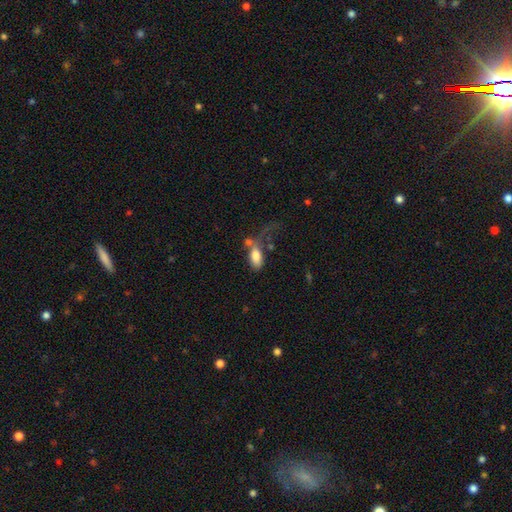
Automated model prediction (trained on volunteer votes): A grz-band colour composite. It shows a smooth galaxy with no disk features (77%) that is in between round and cigar-shaped (89%). Merging: major disturbance (31%).